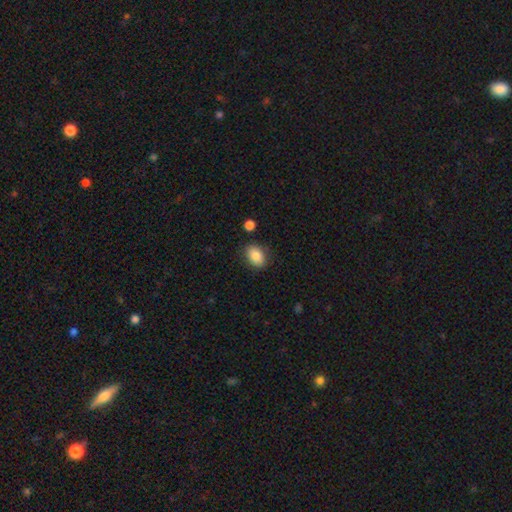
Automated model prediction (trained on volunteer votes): Smooth or featured? Predicted: smooth (p=0.85). How rounded? Predicted: in between (p=0.76). Merging? Predicted: none (p=0.84).